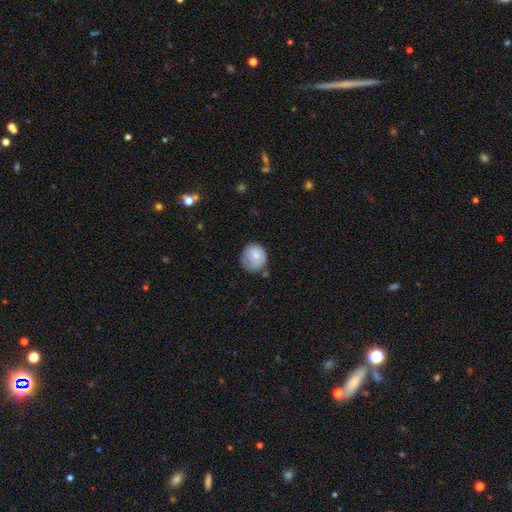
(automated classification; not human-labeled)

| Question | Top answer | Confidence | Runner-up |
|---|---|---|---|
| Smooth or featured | smooth | 71% | featured or disk (22%) |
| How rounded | round | 78% | in between (21%) |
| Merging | none | 57% | minor disturbance (30%) |